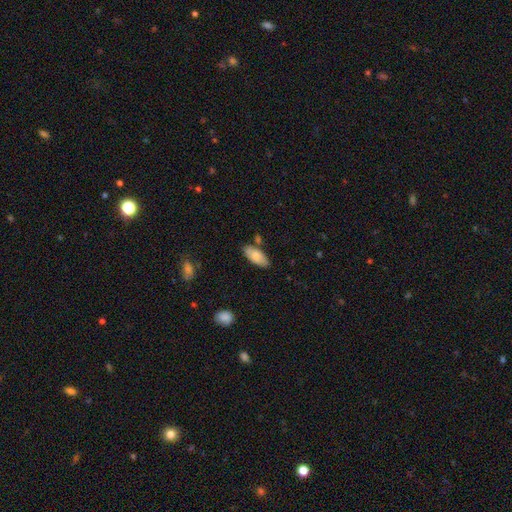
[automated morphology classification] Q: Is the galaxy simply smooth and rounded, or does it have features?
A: smooth — 79%.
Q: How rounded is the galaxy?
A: in between — 88%.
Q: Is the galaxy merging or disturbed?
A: none — 76%.